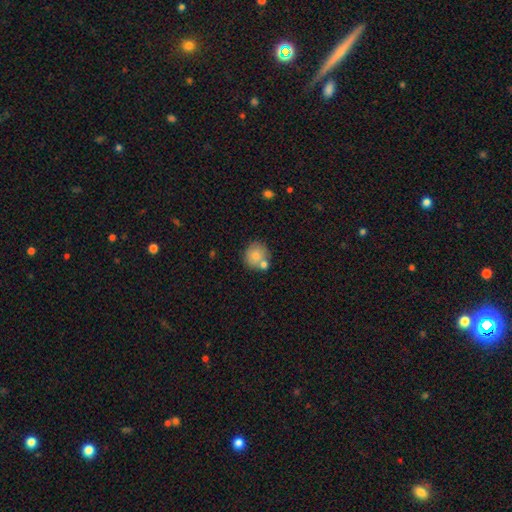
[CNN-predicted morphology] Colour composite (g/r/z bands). It shows a smooth galaxy with no disk features (79%) that is round (90%). Merging: none (63%).